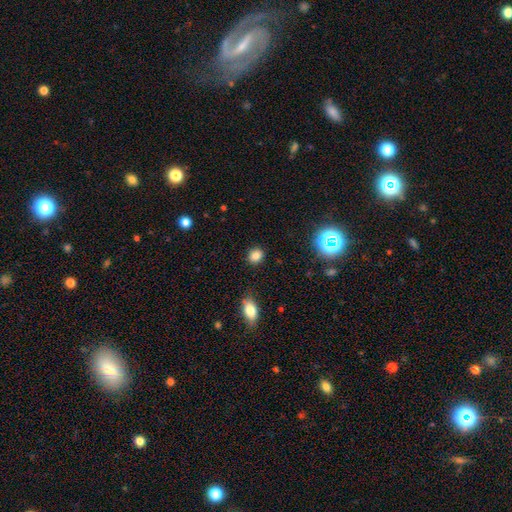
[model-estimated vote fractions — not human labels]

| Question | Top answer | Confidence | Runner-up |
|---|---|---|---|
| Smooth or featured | smooth | 83% | star or artifact (13%) |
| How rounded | round | 72% | in between (26%) |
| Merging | none | 89% | minor disturbance (7%) |